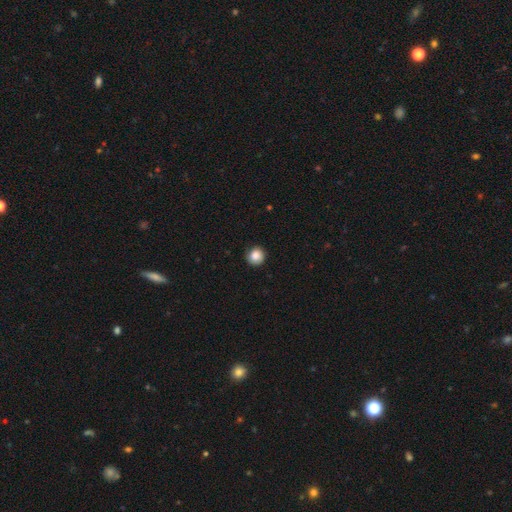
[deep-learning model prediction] Smooth or featured? Predicted: smooth (p=0.86). How rounded? Predicted: round (p=0.93). Merging? Predicted: none (p=0.87).